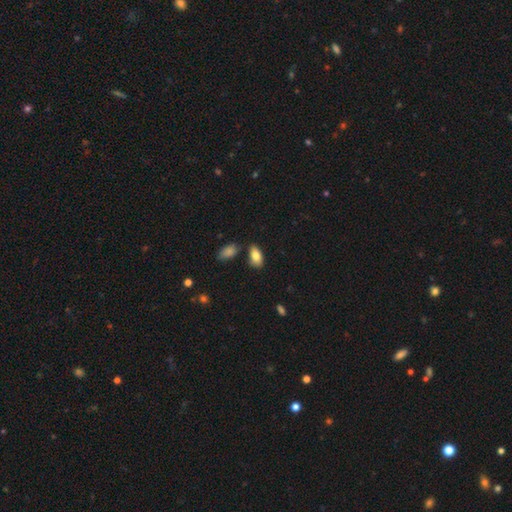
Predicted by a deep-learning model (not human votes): This is clearly a smooth galaxy (83%). How rounded: clearly in between (92%). Merging: likely none (74%).